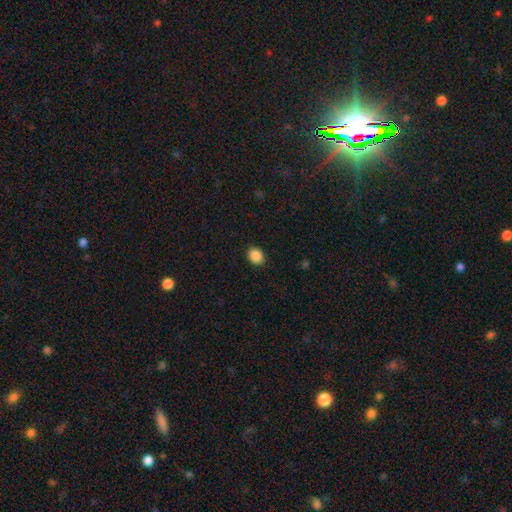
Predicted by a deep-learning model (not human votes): smooth-or-featured: smooth: 88% | star or artifact: 9% | featured or disk: 3%
  how-rounded: in between: 52% | round: 47% | cigar-shaped: 1%
  merging: none: 89% | minor disturbance: 8% | major disturbance: 2% | merger: 1%